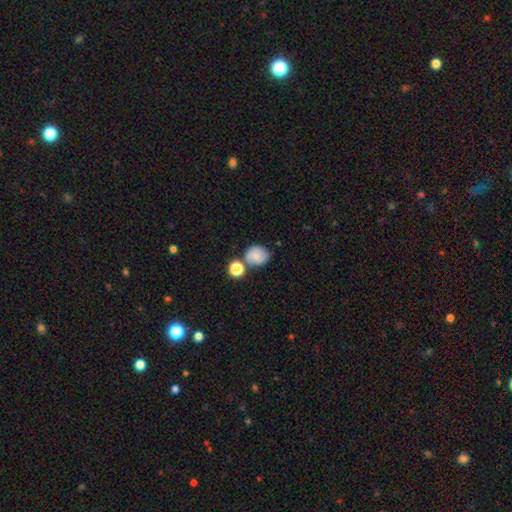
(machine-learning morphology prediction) This appears to be a smooth galaxy with no disk features (73%) that is round (63%). Merging: none (53%).